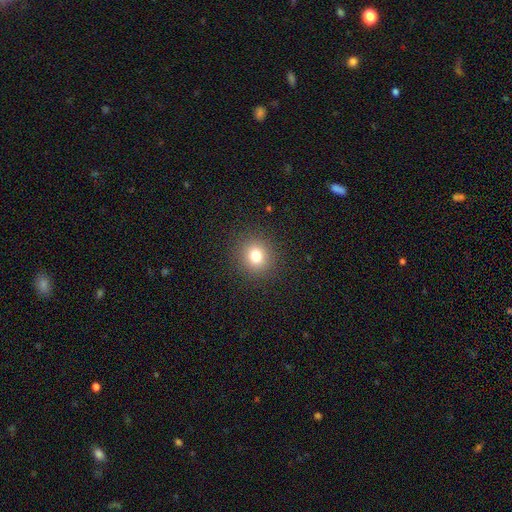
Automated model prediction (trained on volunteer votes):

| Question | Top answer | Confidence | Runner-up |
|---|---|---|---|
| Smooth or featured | smooth | 78% | star or artifact (14%) |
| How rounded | round | 84% | in between (15%) |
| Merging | none | 90% | minor disturbance (6%) |